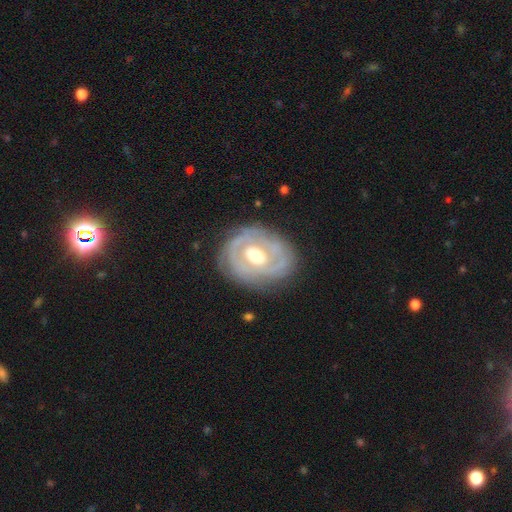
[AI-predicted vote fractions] Smooth or featured?
  - featured or disk: 80% *
  - smooth: 15%
  - star or artifact: 5%
Edge-on disk?
  - no: 96% *
  - yes: 4%
Bar?
  - no: 50% *
  - weak: 37%
  - strong: 13%
Spiral arms?
  - yes: 74% *
  - no: 26%
Spiral winding?
  - tight: 69% *
  - medium: 22%
  - loose: 8%
Spiral arm count?
  - can't tell: 37% *
  - 2: 36%
  - 3: 11%
  - 1: 9%
  - 4: 4%
  - more than 4: 4%
Bulge size?
  - moderate: 74% *
  - large: 14%
  - small: 10%
  - dominant: 1%
  - none: 1%
Merging?
  - none: 75% *
  - minor disturbance: 17%
  - major disturbance: 6%
  - merger: 1%